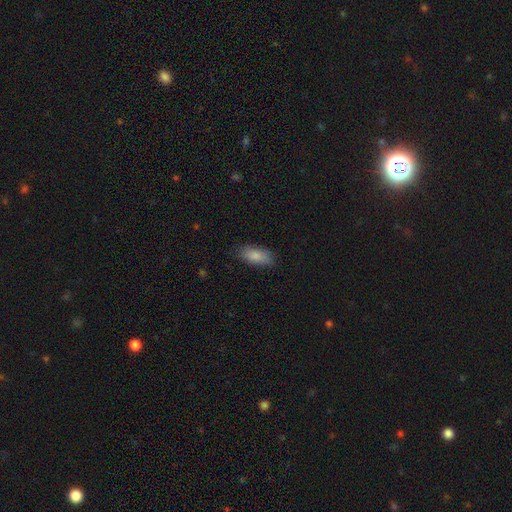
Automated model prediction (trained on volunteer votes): This is clearly a smooth galaxy (86%). How rounded: clearly in between (85%). Merging: clearly none (82%).